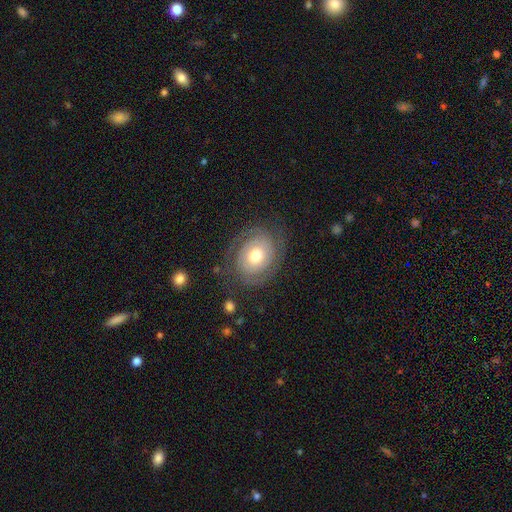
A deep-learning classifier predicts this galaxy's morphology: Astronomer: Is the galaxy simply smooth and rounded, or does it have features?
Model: featured or disk — 68%.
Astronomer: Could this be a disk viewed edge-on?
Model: no — 97%.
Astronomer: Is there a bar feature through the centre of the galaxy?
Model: no — 80%.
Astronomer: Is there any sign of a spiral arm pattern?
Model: yes — 82%.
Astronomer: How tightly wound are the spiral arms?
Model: tight — 66%.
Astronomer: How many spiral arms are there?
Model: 2 — 59%.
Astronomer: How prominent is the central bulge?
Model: moderate — 69%.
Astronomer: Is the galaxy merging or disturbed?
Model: none — 73%.